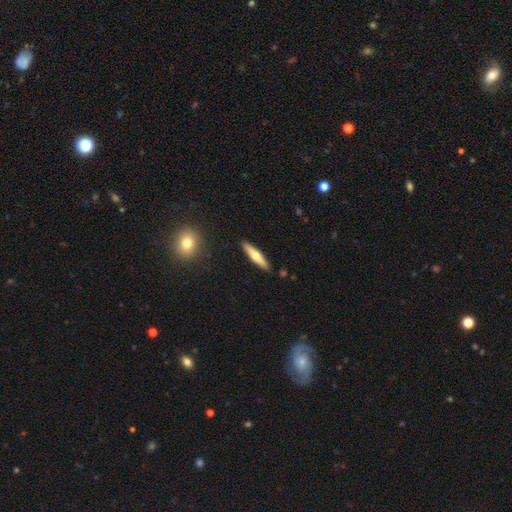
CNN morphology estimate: Overall: smooth (49%; featured or disk 46%). Merging: none (90%).